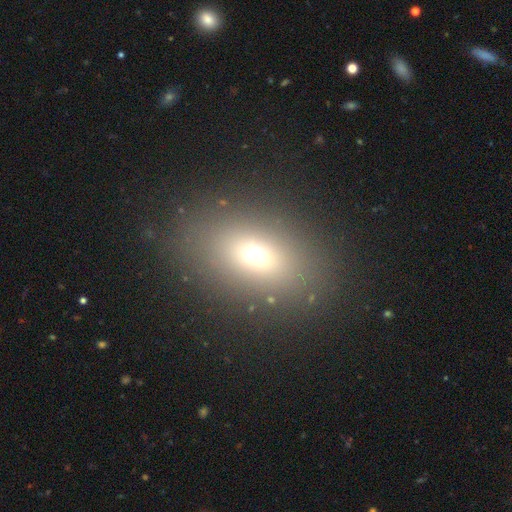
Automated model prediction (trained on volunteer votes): Smooth or featured?
  - smooth: 67% *
  - star or artifact: 18%
  - featured or disk: 15%
How rounded?
  - in between: 74% *
  - round: 23%
  - cigar-shaped: 3%
Merging?
  - none: 86% *
  - minor disturbance: 8%
  - major disturbance: 4%
  - merger: 2%